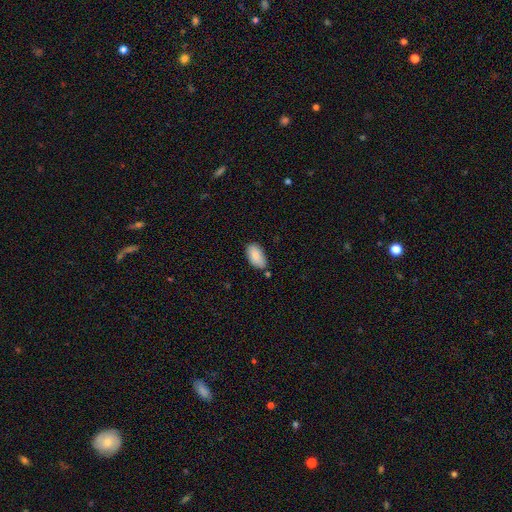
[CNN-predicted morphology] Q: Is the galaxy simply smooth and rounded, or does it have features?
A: smooth — 87%.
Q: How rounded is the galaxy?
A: in between — 95%.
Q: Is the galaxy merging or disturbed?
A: none — 75%.